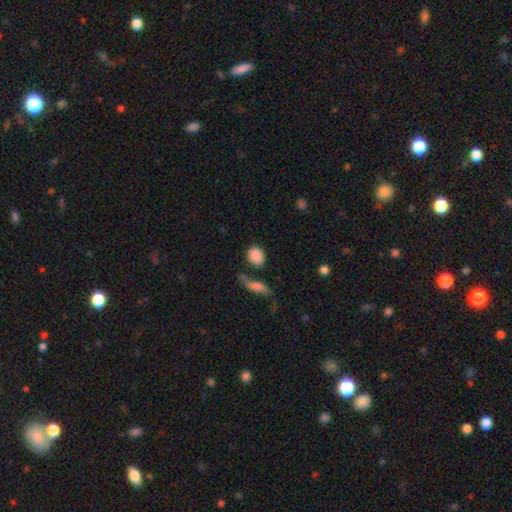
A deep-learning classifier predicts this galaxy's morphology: type=smooth (86%); roundness=in between (50%); merging=none (62%).